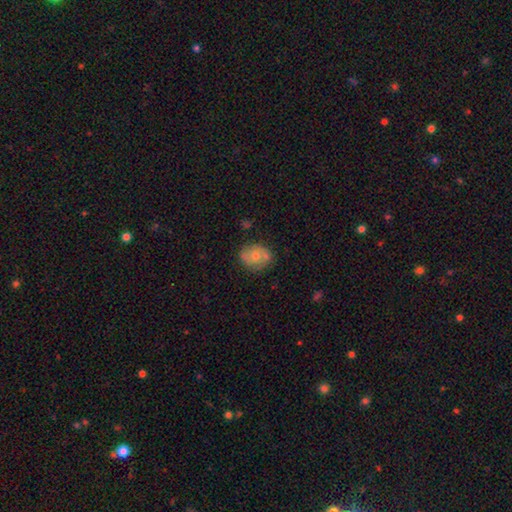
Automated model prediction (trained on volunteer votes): Q: Smooth or featured?
A: featured or disk (51%); runner-up: smooth (39%)
Q: Edge-on disk?
A: no (97%); runner-up: yes (3%)
Q: Merging?
A: none (74%); runner-up: minor disturbance (18%)